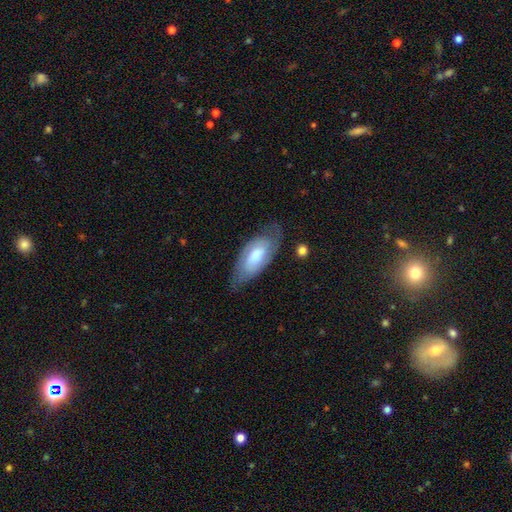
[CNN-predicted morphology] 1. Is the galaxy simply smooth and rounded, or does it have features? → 50% featured or disk, 44% smooth, 6% star or artifact.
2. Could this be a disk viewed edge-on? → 87% no, 13% yes.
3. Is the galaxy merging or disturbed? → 62% none, 26% minor disturbance, 10% major disturbance, 2% merger.